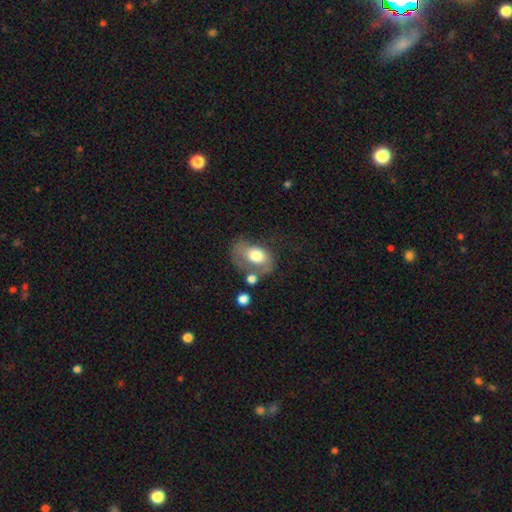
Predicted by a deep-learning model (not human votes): smooth 62%, featured or disk 30%, star or artifact 8%. Down the decision tree: how rounded — in between (75%); merging — major disturbance (31%).